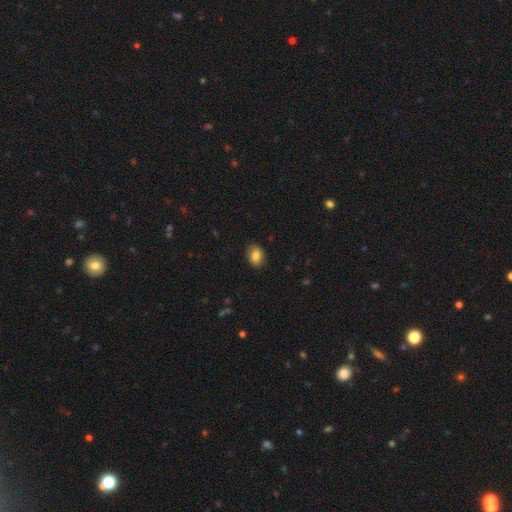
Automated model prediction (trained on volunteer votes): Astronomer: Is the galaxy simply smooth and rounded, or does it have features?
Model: smooth — 83%.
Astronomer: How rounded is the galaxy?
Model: in between — 72%.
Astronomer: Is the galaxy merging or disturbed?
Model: none — 86%.